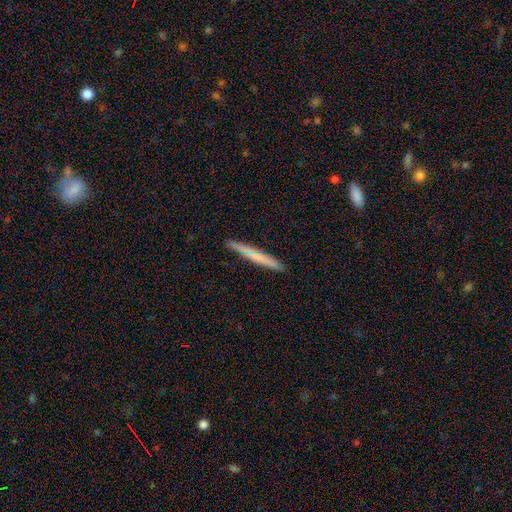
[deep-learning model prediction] smooth-or-featured: smooth: 62% | featured or disk: 32% | star or artifact: 6%
  how-rounded: cigar-shaped: 97% | in between: 2% | round: 1%
  merging: none: 91% | minor disturbance: 7% | major disturbance: 1% | merger: 1%